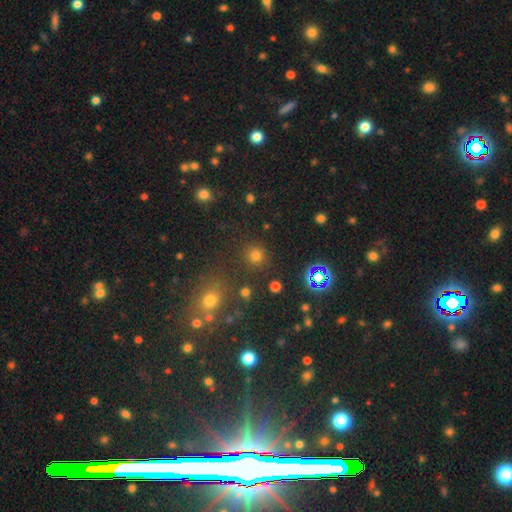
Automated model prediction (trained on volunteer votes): This appears to be a smooth galaxy with no disk features (70%) that is round (92%). Merging: none (87%).